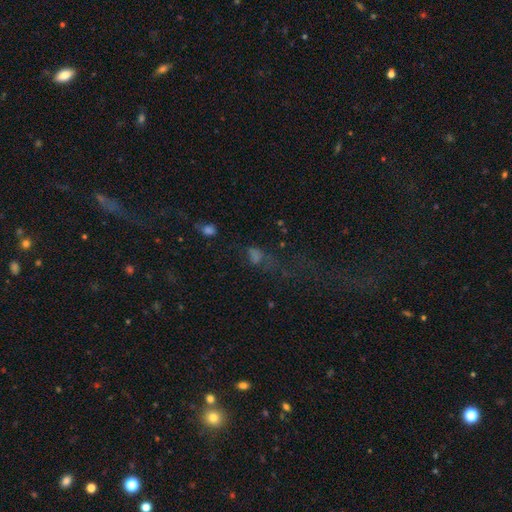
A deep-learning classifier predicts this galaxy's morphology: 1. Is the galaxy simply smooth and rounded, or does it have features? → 40% star or artifact, 38% smooth, 22% featured or disk.